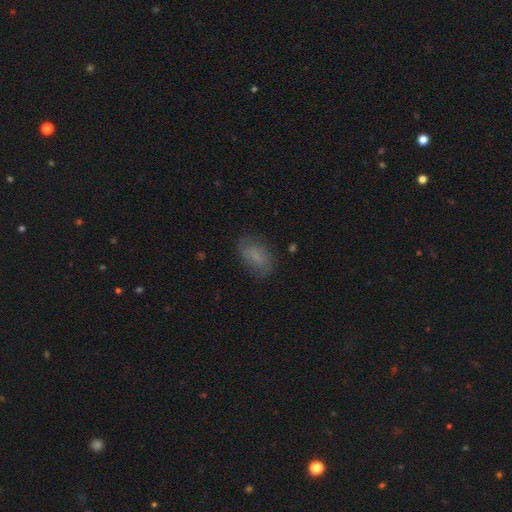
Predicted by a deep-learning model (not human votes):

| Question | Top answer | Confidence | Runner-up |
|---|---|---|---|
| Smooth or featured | smooth | 60% | featured or disk (29%) |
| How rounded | in between | 87% | round (10%) |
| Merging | none | 71% | minor disturbance (19%) |